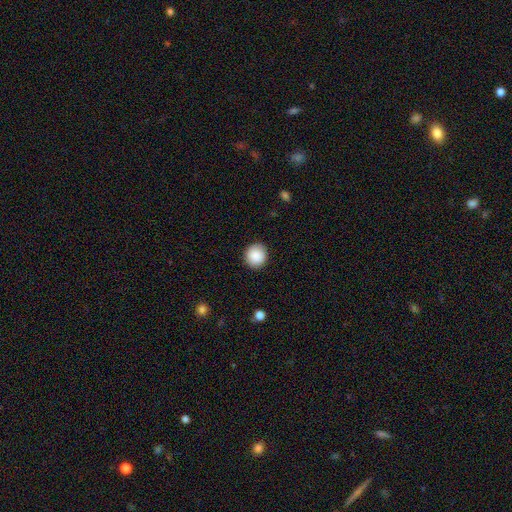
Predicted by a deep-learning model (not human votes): Q: Smooth or featured?
A: smooth (89%); runner-up: star or artifact (8%)
Q: How rounded?
A: round (91%); runner-up: in between (8%)
Q: Merging?
A: none (90%); runner-up: minor disturbance (7%)